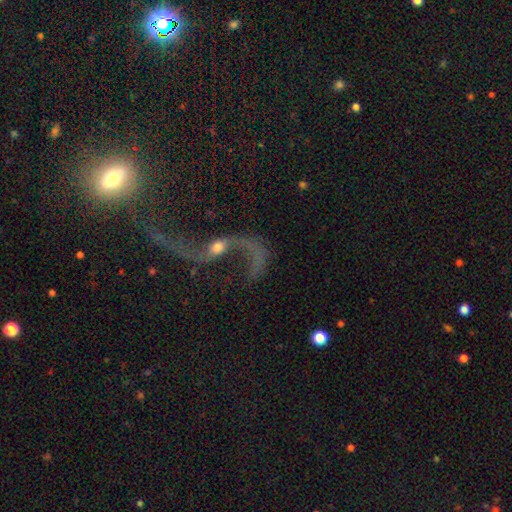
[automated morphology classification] This appears to be a featured or disk galaxy (85%) with no bar (54%), 2 (90%) loose (93%) spiral arms (92%) and a small central bulge (46%). Merging: none (45%).